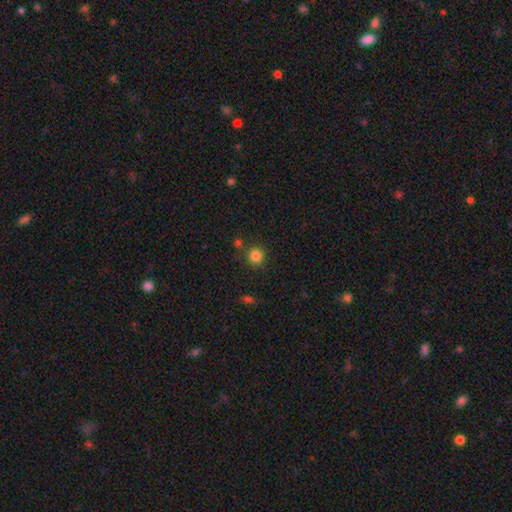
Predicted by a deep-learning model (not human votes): Smooth or featured?
  - smooth: 83% *
  - star or artifact: 12%
  - featured or disk: 5%
How rounded?
  - round: 93% *
  - in between: 6%
  - cigar-shaped: 1%
Merging?
  - none: 82% *
  - minor disturbance: 9%
  - merger: 7%
  - major disturbance: 3%